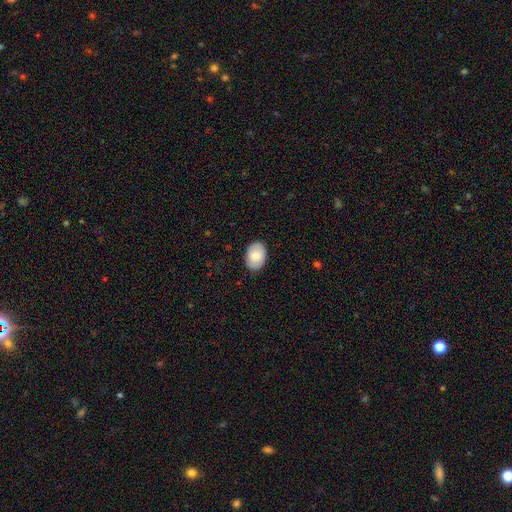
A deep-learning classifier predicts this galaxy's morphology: Smooth or featured? Predicted: smooth (p=0.83). How rounded? Predicted: in between (p=0.86). Merging? Predicted: none (p=0.88).